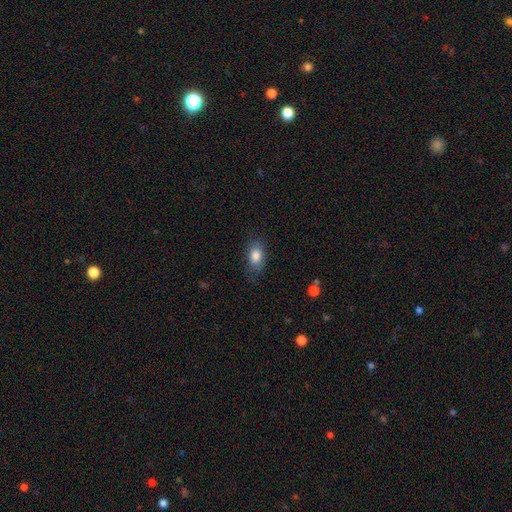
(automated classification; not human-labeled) Overall: smooth (84%). How rounded: in between (86%). Merging: none (76%).